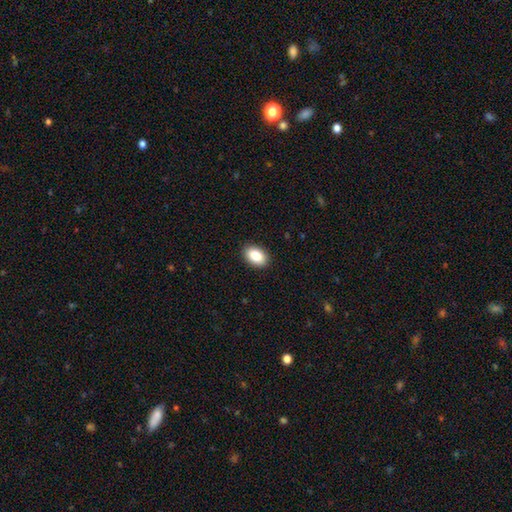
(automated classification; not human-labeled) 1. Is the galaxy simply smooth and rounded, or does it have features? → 86% smooth, 7% star or artifact, 7% featured or disk.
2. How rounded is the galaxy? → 88% in between, 10% round, 1% cigar-shaped.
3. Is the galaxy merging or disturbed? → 90% none, 7% minor disturbance, 2% major disturbance, 1% merger.